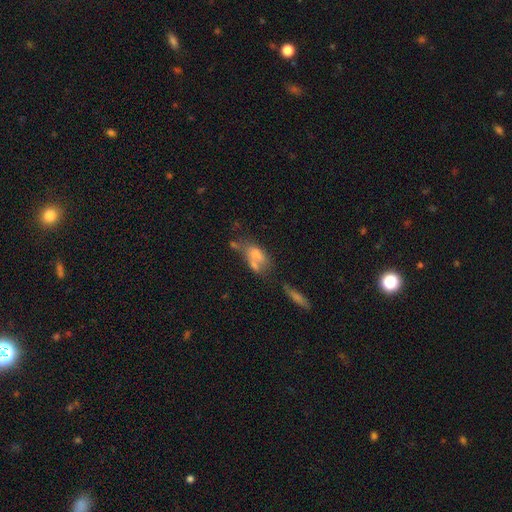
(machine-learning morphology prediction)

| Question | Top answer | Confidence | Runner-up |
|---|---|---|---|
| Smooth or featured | smooth | 63% | featured or disk (26%) |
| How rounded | in between | 82% | cigar-shaped (9%) |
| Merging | merger | 45% | none (23%) |